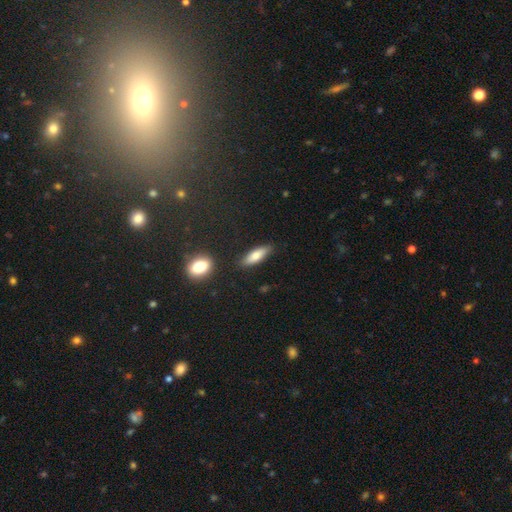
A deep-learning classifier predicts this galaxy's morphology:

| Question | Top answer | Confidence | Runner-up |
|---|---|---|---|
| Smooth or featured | smooth | 76% | featured or disk (18%) |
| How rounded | in between | 49% | tied: cigar-shaped (49%) |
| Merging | none | 82% | minor disturbance (12%) |